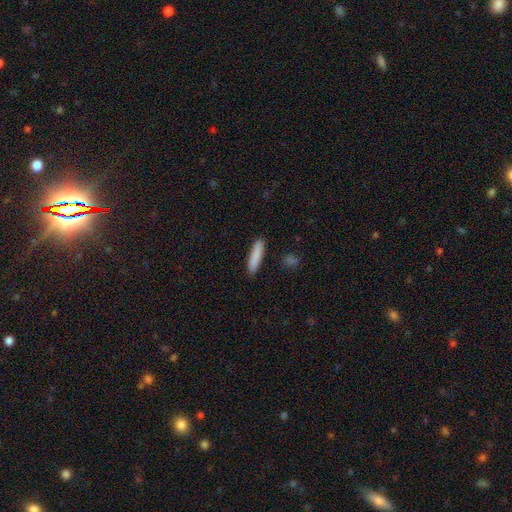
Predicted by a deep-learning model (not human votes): Smooth or featured? smooth (86%)
How rounded? cigar-shaped (83%)
Merging? none (89%)